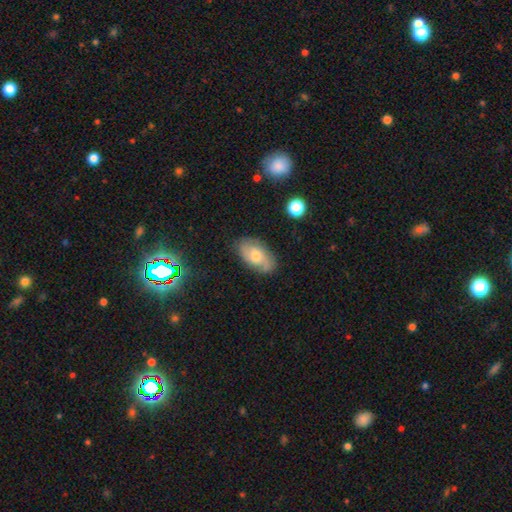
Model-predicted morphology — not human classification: Overall: featured or disk (51%; smooth 41%). Edge-on disk: no (93%). Merging: none (76%).